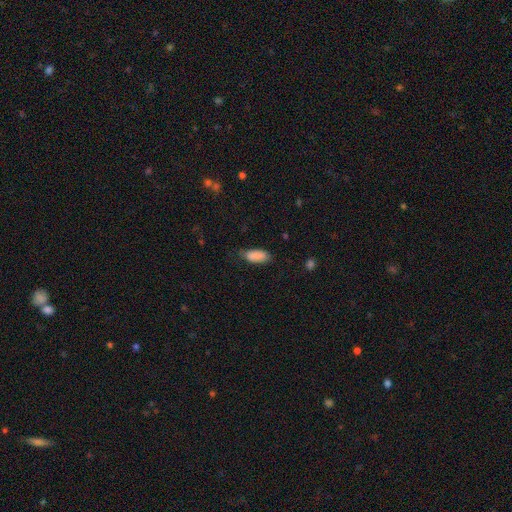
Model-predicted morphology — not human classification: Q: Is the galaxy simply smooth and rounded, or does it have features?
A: smooth — 88%.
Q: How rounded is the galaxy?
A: in between — 86%.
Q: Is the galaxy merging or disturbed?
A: none — 66%.